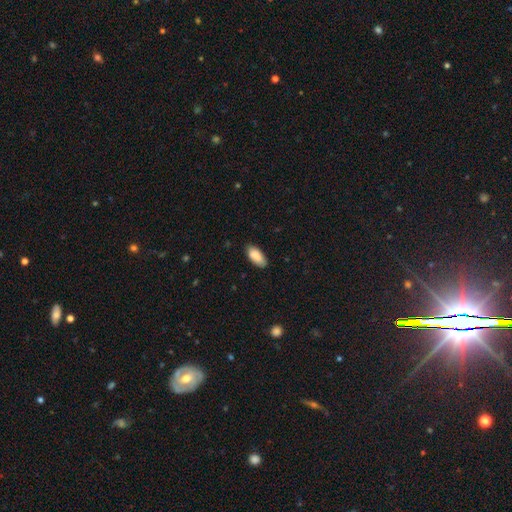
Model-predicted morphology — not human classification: Q: Smooth or featured?
A: smooth (89%); runner-up: star or artifact (6%)
Q: How rounded?
A: in between (91%); runner-up: cigar-shaped (7%)
Q: Merging?
A: none (83%); runner-up: minor disturbance (13%)